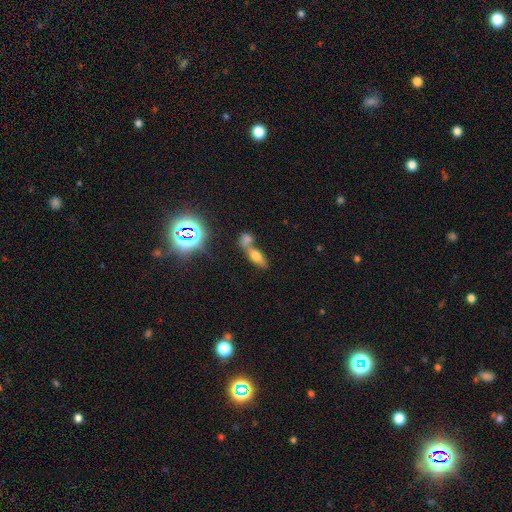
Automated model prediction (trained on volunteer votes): smooth 60%, featured or disk 20%, star or artifact 20%. Down the decision tree: how rounded — in between (71%); merging — merger (56%).